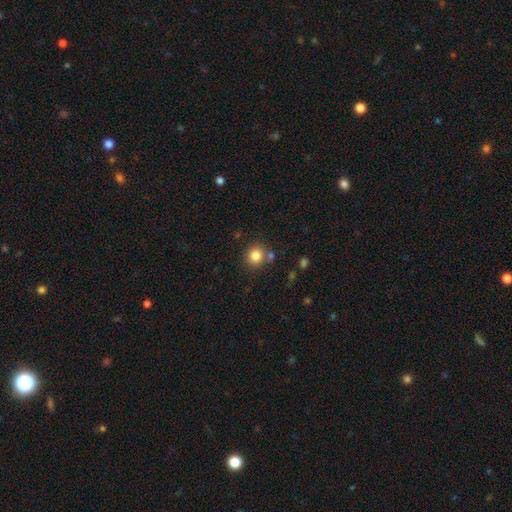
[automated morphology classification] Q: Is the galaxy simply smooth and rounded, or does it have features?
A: smooth — 83%.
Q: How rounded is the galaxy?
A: round — 82%.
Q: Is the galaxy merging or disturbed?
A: none — 77%.